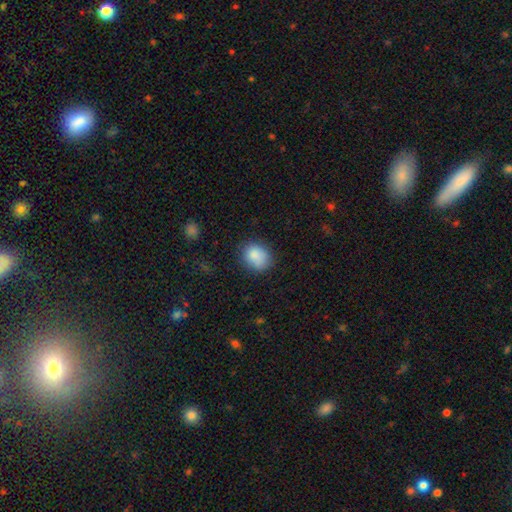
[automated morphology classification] A smooth galaxy with no disk features (86%) that is round (57%). Merging: none (73%).